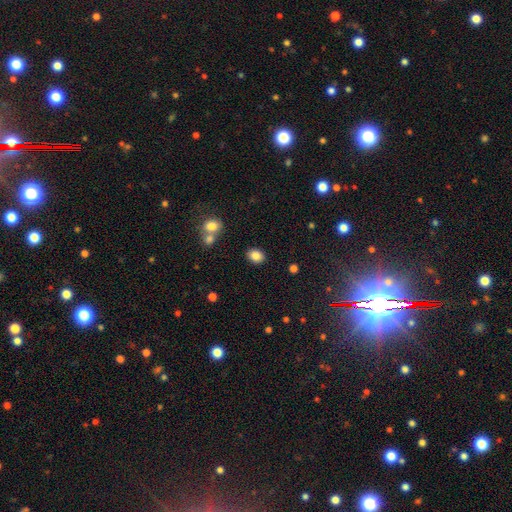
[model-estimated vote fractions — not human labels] Q: Smooth or featured?
A: smooth (85%); runner-up: star or artifact (10%)
Q: How rounded?
A: in between (54%); runner-up: round (45%)
Q: Merging?
A: none (86%); runner-up: minor disturbance (8%)